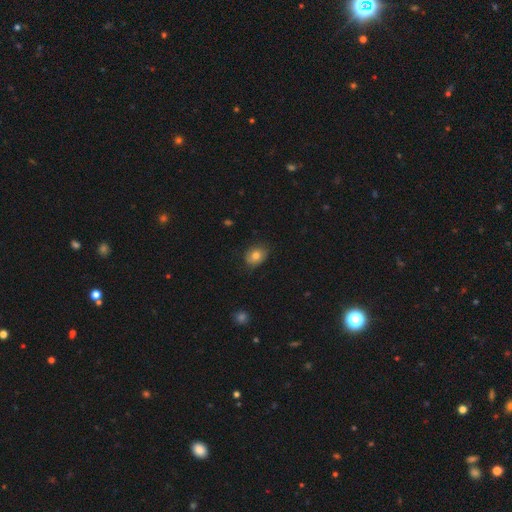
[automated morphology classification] A smooth galaxy with no disk features (79%) that is in between round and cigar-shaped (64%). Merging: none (76%).